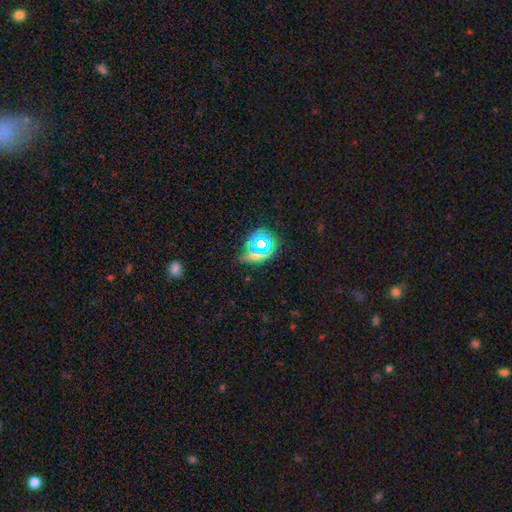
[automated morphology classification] Overall: star or artifact (51%; smooth 36%).